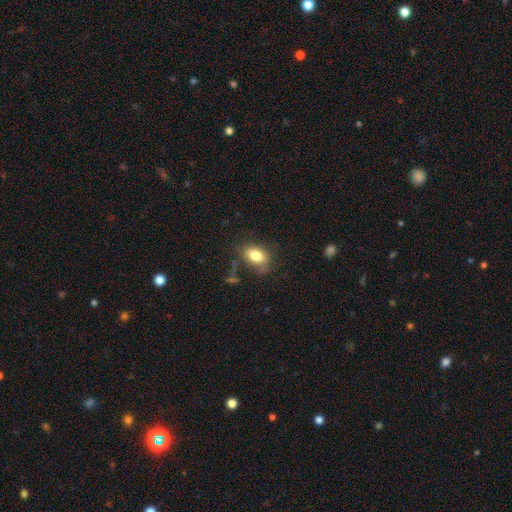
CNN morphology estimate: smooth-or-featured: smooth: 80% | featured or disk: 11% | star or artifact: 9%
  how-rounded: in between: 84% | round: 14% | cigar-shaped: 2%
  merging: none: 66% | minor disturbance: 22% | major disturbance: 9% | merger: 4%